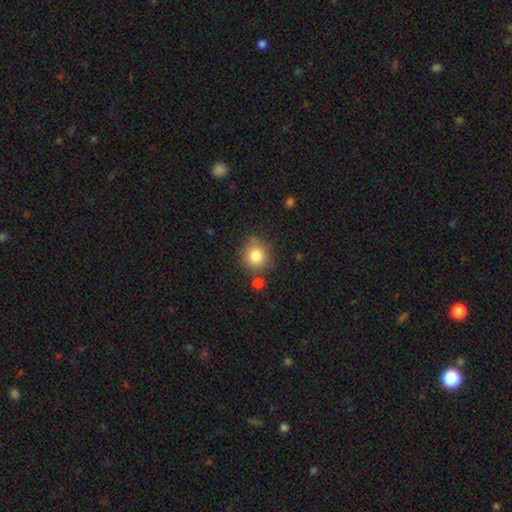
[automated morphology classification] The model was most divided on "merging": none: 71%, minor disturbance: 16%, merger: 9%, major disturbance: 4%. More confident: how rounded — round (85%); smooth or featured — smooth (83%).